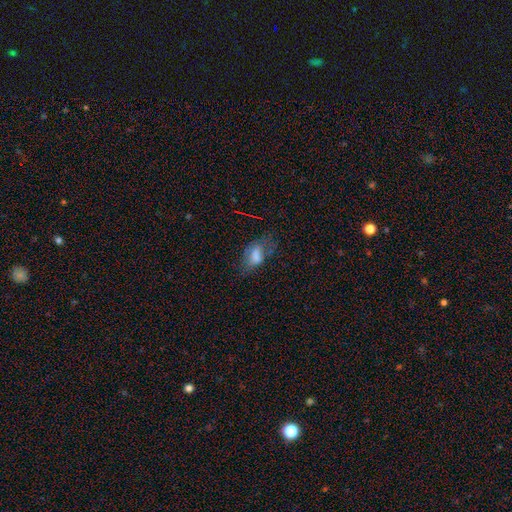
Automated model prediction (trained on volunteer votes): Smooth or featured?
  - smooth: 66% *
  - featured or disk: 22%
  - star or artifact: 12%
How rounded?
  - in between: 89% *
  - round: 7%
  - cigar-shaped: 4%
Merging?
  - none: 44% *
  - minor disturbance: 29%
  - major disturbance: 24%
  - merger: 3%